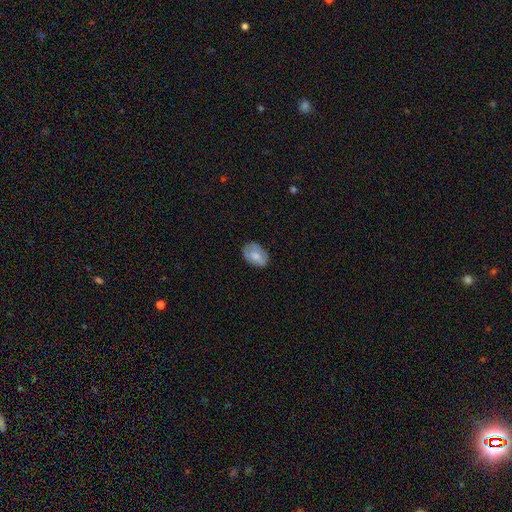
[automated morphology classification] Smooth or featured?
  - smooth: 67% *
  - featured or disk: 26%
  - star or artifact: 7%
How rounded?
  - in between: 82% *
  - round: 17%
  - cigar-shaped: 1%
Merging?
  - none: 76% *
  - minor disturbance: 18%
  - major disturbance: 4%
  - merger: 1%